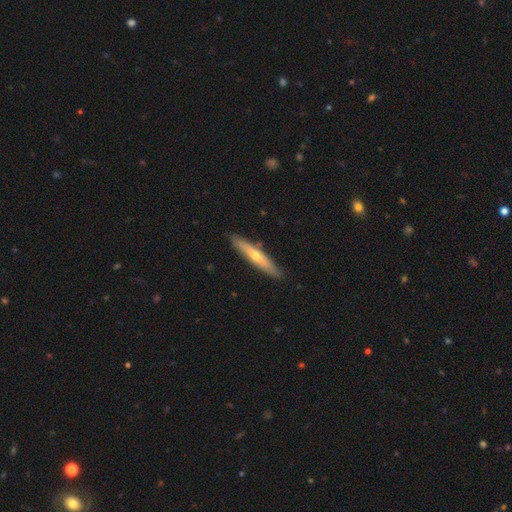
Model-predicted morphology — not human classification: Smooth or featured?
  - featured or disk: 50% *
  - smooth: 45%
  - star or artifact: 6%
Merging?
  - none: 88% *
  - minor disturbance: 9%
  - merger: 2%
  - major disturbance: 2%